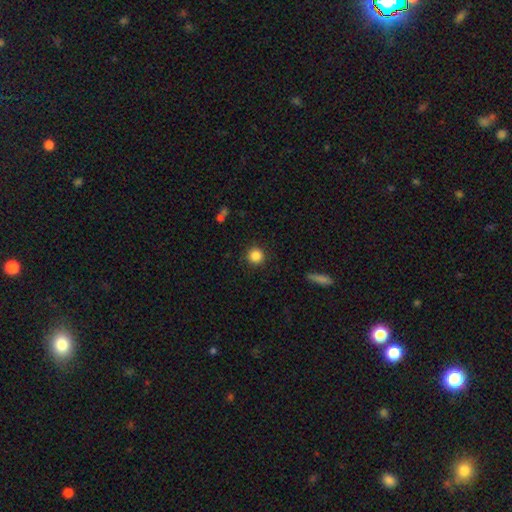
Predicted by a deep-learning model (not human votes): Smooth or featured? smooth (86%)
How rounded? round (94%)
Merging? none (90%)